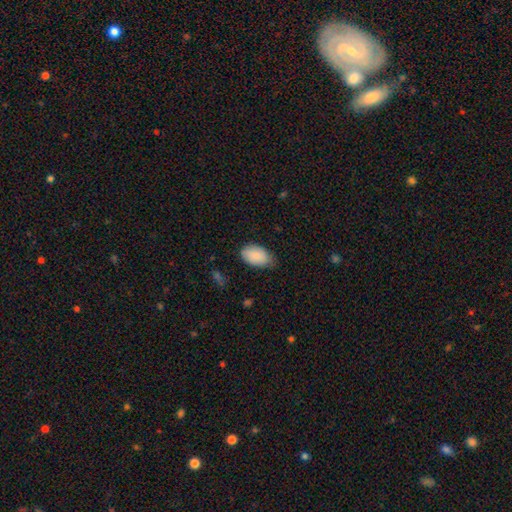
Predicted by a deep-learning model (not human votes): Smooth or featured? Predicted: smooth (p=0.87). How rounded? Predicted: in between (p=0.93). Merging? Predicted: none (p=0.67).